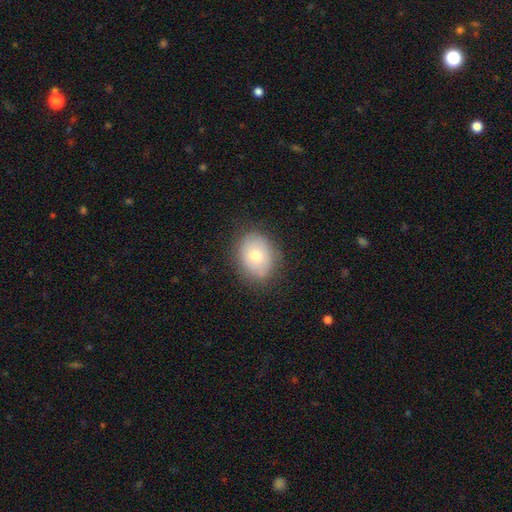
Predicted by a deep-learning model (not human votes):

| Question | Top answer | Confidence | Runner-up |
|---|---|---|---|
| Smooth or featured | smooth | 69% | featured or disk (22%) |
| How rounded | in between | 52% | round (47%) |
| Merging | none | 81% | minor disturbance (14%) |